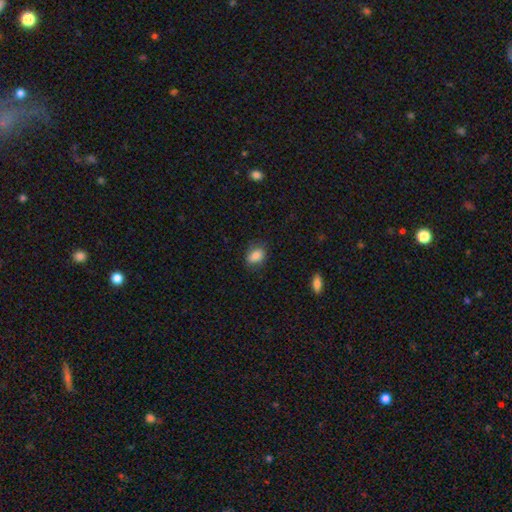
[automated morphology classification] Smooth or featured: smooth — 84% (star or artifact — 8%)
How rounded: in between — 73% (round — 25%)
Merging: none — 74% (minor disturbance — 20%)